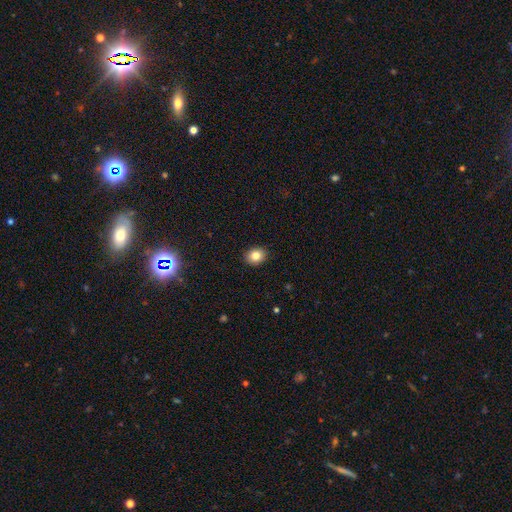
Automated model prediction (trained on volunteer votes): smooth_or_featured: smooth (p=0.82) [alt: star or artifact p=0.10]
how_rounded: round (p=0.54) [alt: in between p=0.45]
merging: none (p=0.91) [alt: minor disturbance p=0.07]